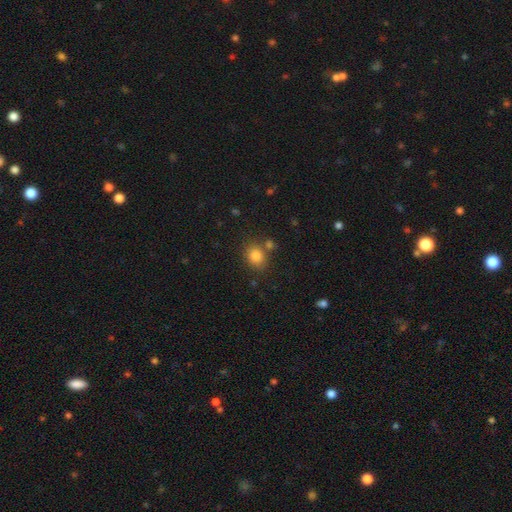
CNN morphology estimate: Overall: smooth (83%). How rounded: round (56%; in between 43%). Merging: none (72%).